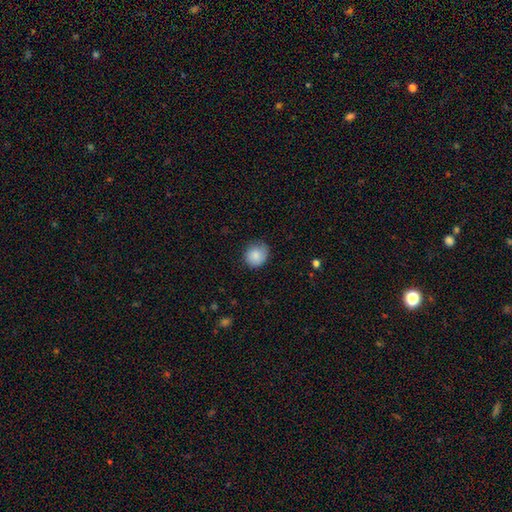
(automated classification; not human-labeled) This appears to be a smooth galaxy with no disk features (85%) that is round (78%). Merging: none (74%).